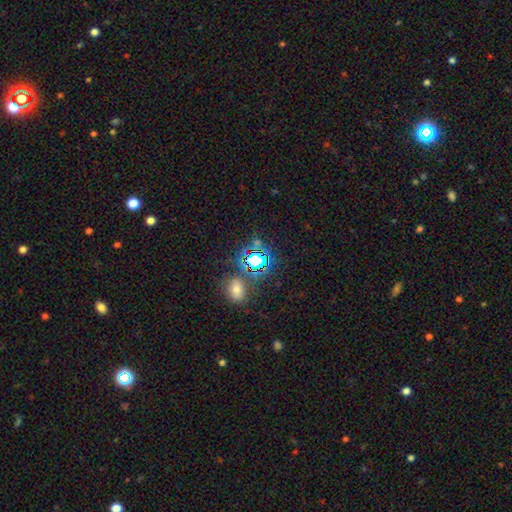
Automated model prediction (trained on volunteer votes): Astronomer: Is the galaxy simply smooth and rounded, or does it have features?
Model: star or artifact — 67%.